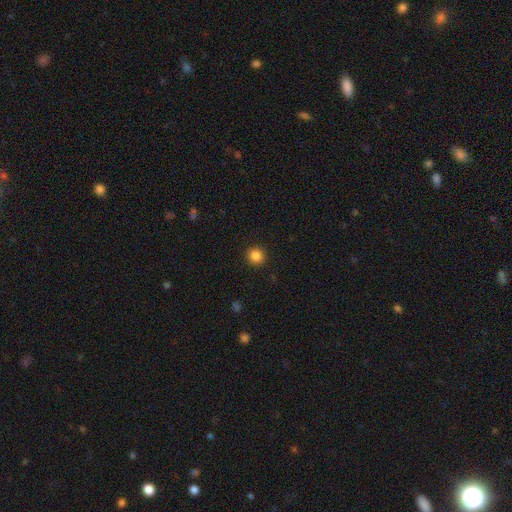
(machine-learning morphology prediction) Smooth or featured?
  - smooth: 86% *
  - star or artifact: 11%
  - featured or disk: 3%
How rounded?
  - round: 94% *
  - in between: 5%
  - cigar-shaped: 1%
Merging?
  - none: 92% *
  - minor disturbance: 5%
  - major disturbance: 2%
  - merger: 1%